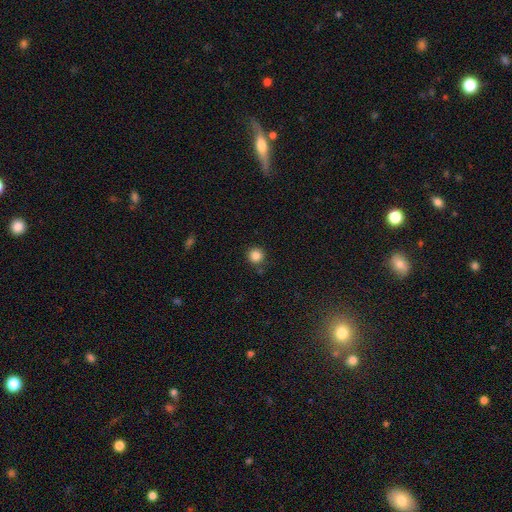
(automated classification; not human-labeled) This appears to be a smooth galaxy with no disk features (85%) that is round (95%). Merging: none (86%).